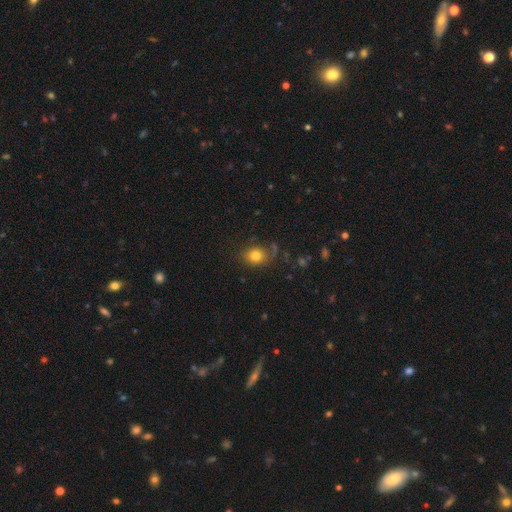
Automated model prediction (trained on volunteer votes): smooth 79%, star or artifact 12%, featured or disk 9%. Down the decision tree: how rounded — round (65%); merging — none (73%).